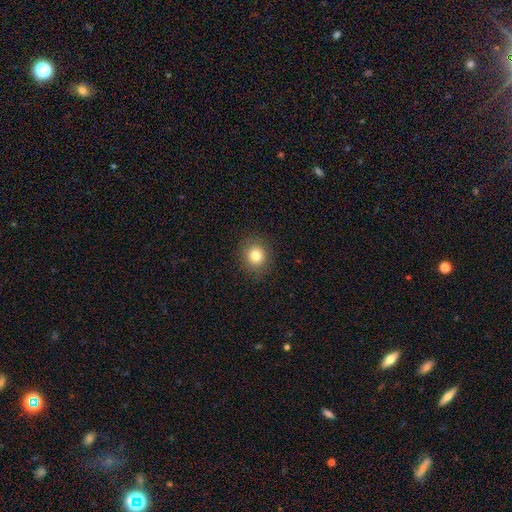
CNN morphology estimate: The model was most divided on "how rounded": round: 83%, in between: 16%, cigar-shaped: 1%. More confident: merging — none (89%); smooth or featured — smooth (81%).